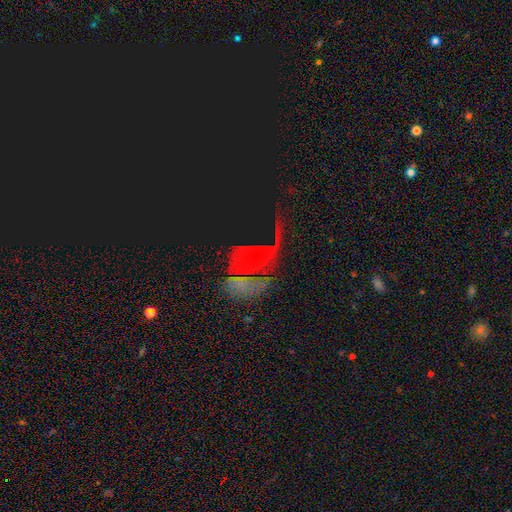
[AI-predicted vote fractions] This appears to be a featured or disk galaxy (39%). Merging: none (41%).